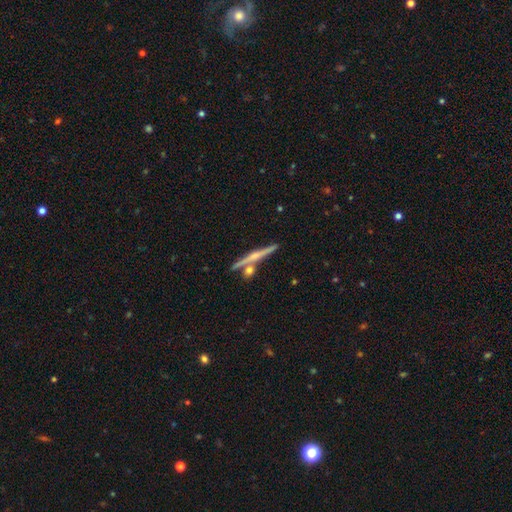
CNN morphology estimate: The model was most divided on "smooth or featured": featured or disk: 71%, smooth: 22%, star or artifact: 7%. More confident: edge-on disk — yes (97%); merging — none (79%); edge-on bulge — rounded (72%).